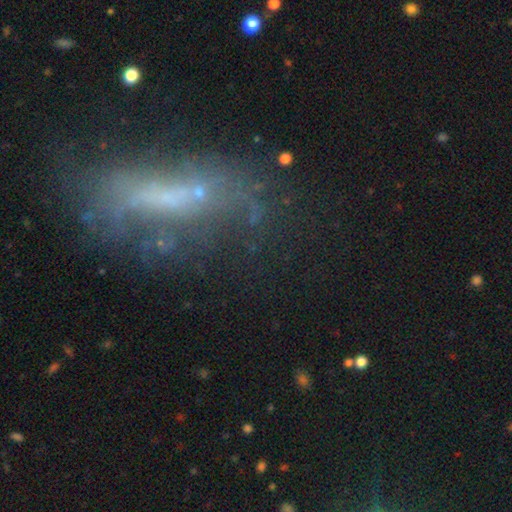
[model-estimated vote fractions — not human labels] A featured or disk galaxy (48%). Merging: none (45%).